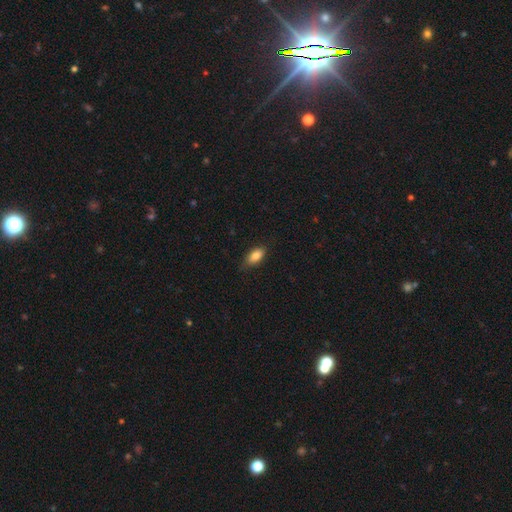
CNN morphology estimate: Smooth or featured: smooth — 85% (featured or disk — 8%)
How rounded: in between — 88% (cigar-shaped — 8%)
Merging: none — 80% (minor disturbance — 16%)